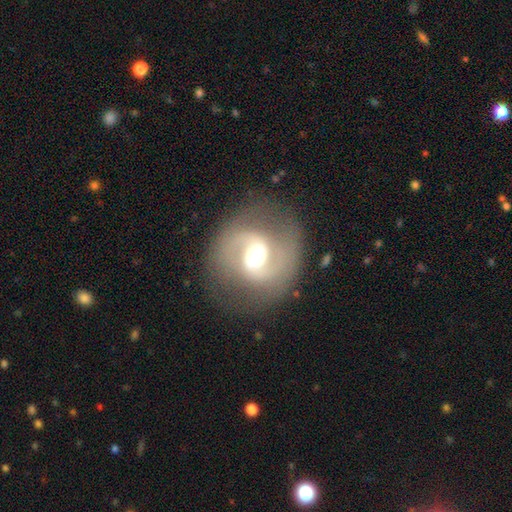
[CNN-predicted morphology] This is clearly a featured or disk galaxy (83%). It is clearly not viewed edge-on (98%). Bar: possibly weak (50%). Spiral arm pattern: clearly yes (94%). Spiral arm count: clearly 2 (90%). Spiral winding: possibly medium (55%). Central bulge: possibly moderate (58%). Merging: likely none (76%).